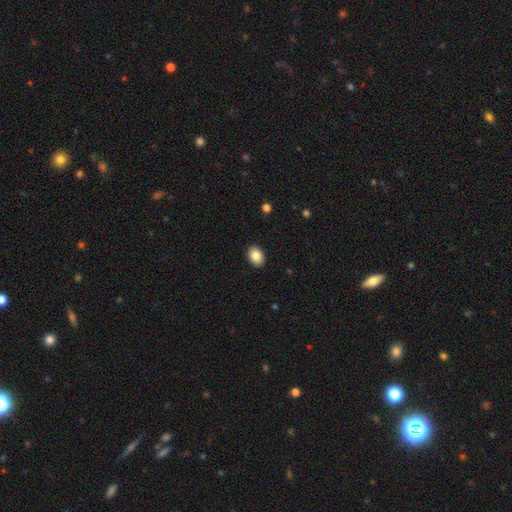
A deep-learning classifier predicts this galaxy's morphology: This is clearly a smooth galaxy (86%). How rounded: likely in between (77%). Merging: clearly none (91%).